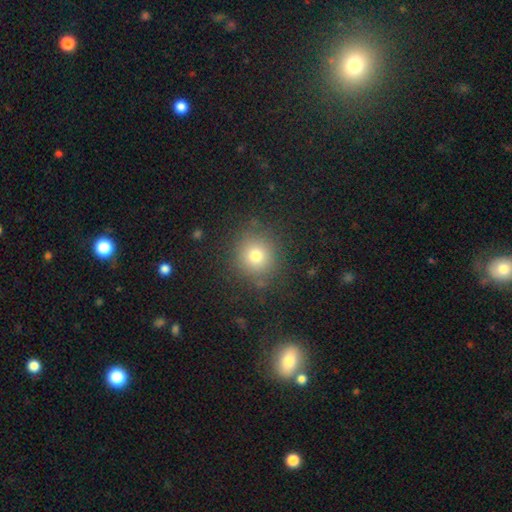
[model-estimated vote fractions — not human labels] A smooth galaxy with no disk features (75%) that is round (89%).

Vote fractions:
- Smooth or featured? smooth: 75% / star or artifact: 15% / featured or disk: 10%
- How rounded? round: 89% / in between: 10% / cigar-shaped: 1%
- Merging? none: 84% / minor disturbance: 10% / major disturbance: 4% / merger: 1%